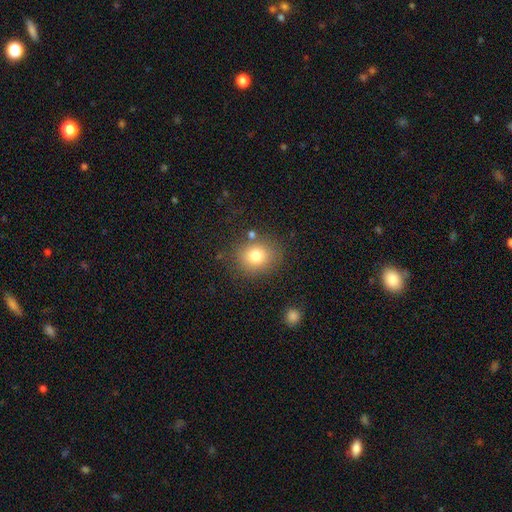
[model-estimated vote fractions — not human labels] smooth 79%, star or artifact 12%, featured or disk 10%. Down the decision tree: how rounded — round (70%); merging — none (78%).